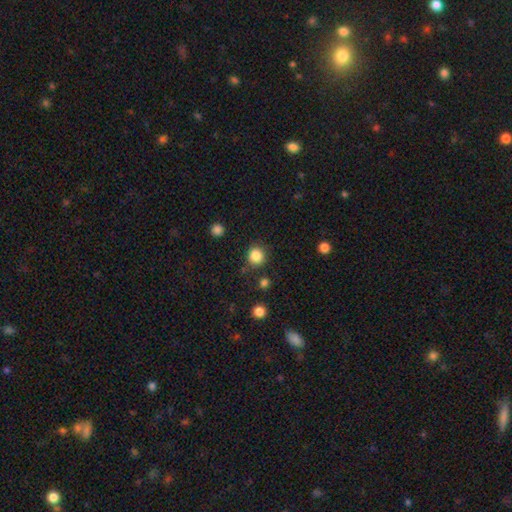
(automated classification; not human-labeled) Q: Smooth or featured?
A: smooth (86%); runner-up: star or artifact (11%)
Q: How rounded?
A: round (91%); runner-up: in between (8%)
Q: Merging?
A: none (84%); runner-up: minor disturbance (9%)